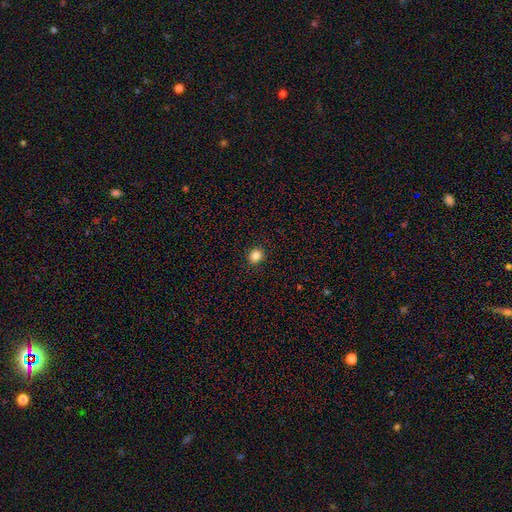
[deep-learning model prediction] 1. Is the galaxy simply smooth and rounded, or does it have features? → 84% smooth, 12% star or artifact, 4% featured or disk.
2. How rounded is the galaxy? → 80% round, 19% in between, 1% cigar-shaped.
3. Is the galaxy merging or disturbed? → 92% none, 5% minor disturbance, 2% major disturbance, 1% merger.